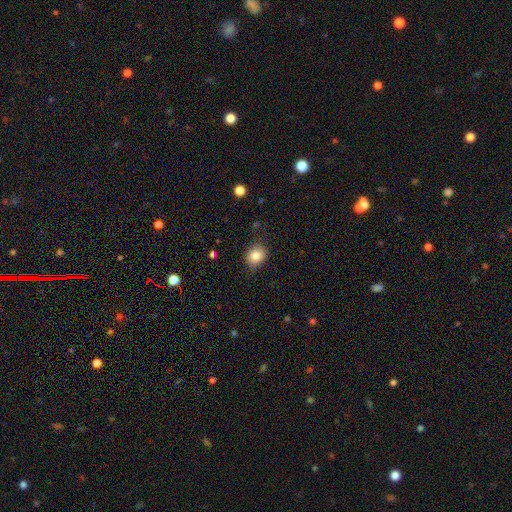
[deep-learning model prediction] Smooth or featured? smooth (83%)
How rounded? round (57%)
Merging? none (77%)